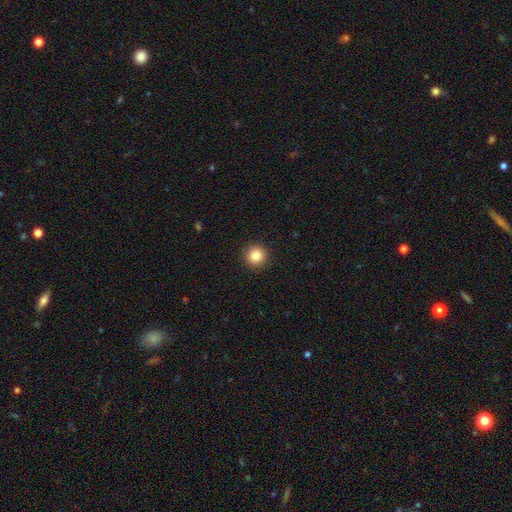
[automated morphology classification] Smooth or featured? smooth (84%)
How rounded? round (95%)
Merging? none (93%)